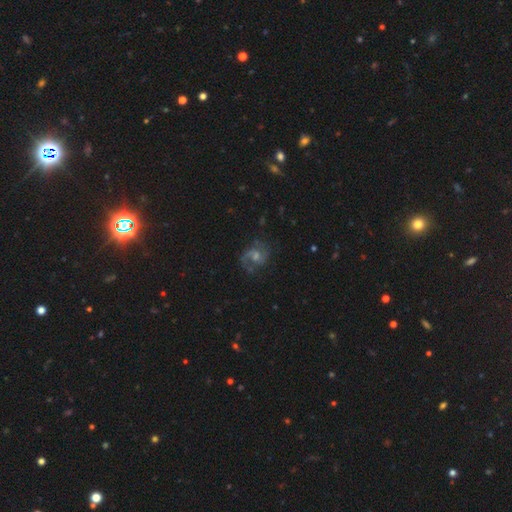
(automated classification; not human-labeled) This appears to be a featured or disk galaxy (74%) with no bar (52%), 2 (79%) medium (53%) spiral arms (94%) and a moderate central bulge (47%). Merging: none (72%).